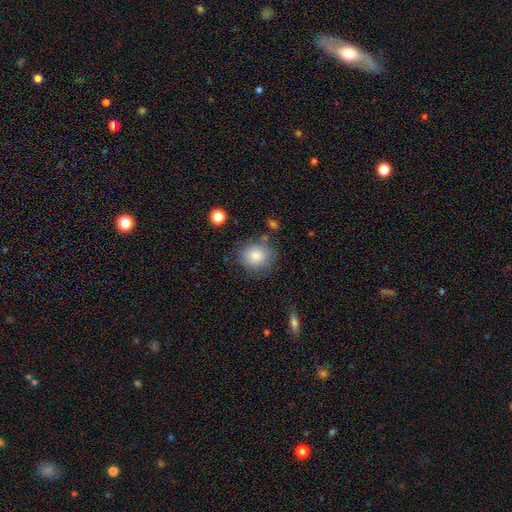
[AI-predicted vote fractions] Smooth or featured?
  - smooth: 84% *
  - star or artifact: 9%
  - featured or disk: 7%
How rounded?
  - round: 78% *
  - in between: 21%
  - cigar-shaped: 1%
Merging?
  - none: 75% *
  - minor disturbance: 16%
  - major disturbance: 5%
  - merger: 4%